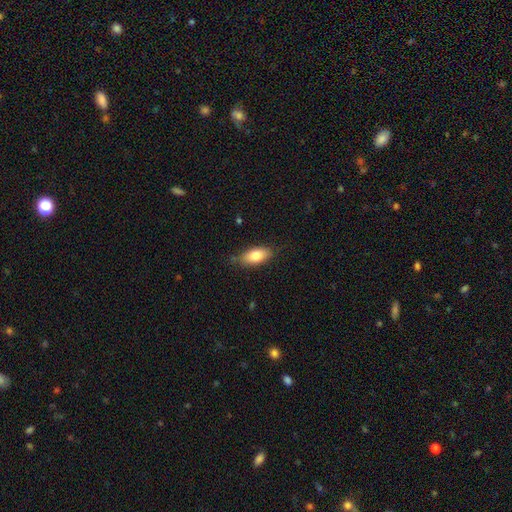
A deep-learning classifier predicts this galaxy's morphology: A smooth galaxy with no disk features (79%) that is in between round and cigar-shaped (87%). Merging: none (79%).